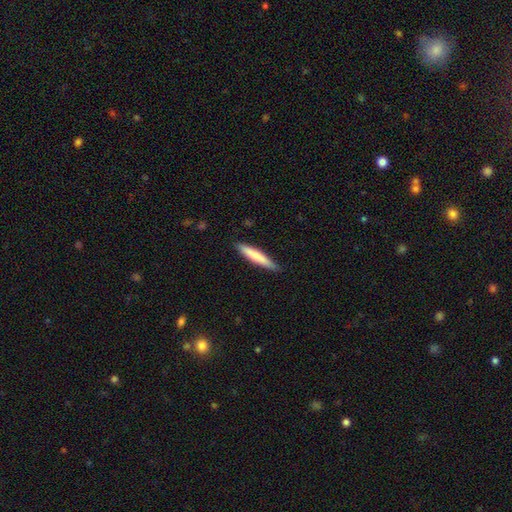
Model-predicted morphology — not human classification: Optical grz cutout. It shows a smooth galaxy with no disk features (75%) that is cigar-shaped (93%). Merging: none (86%).